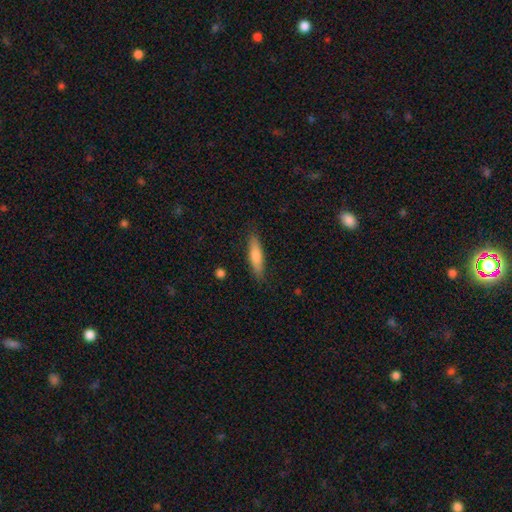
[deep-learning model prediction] smooth 67%, featured or disk 26%, star or artifact 7%. Down the decision tree: how rounded — cigar-shaped (83%); merging — none (87%).